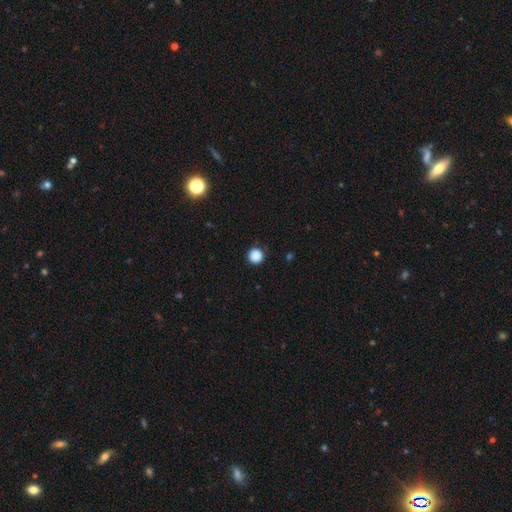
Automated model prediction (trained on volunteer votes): smooth_or_featured: smooth (p=0.87) [alt: star or artifact p=0.10]
how_rounded: round (p=0.96) [alt: in between p=0.03]
merging: none (p=0.90) [alt: minor disturbance p=0.06]